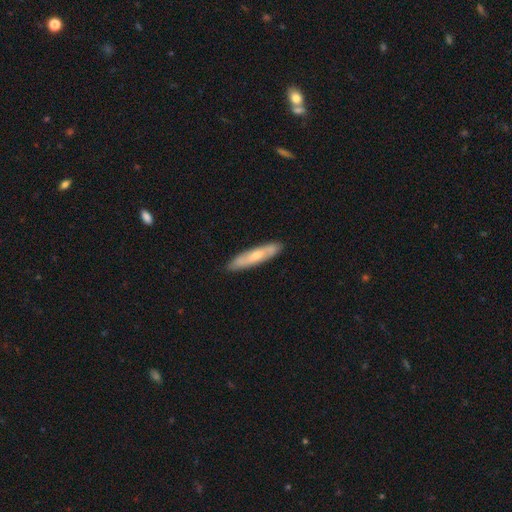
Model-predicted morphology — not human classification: Smooth or featured? smooth (53%)
How rounded? cigar-shaped (84%)
Merging? none (87%)